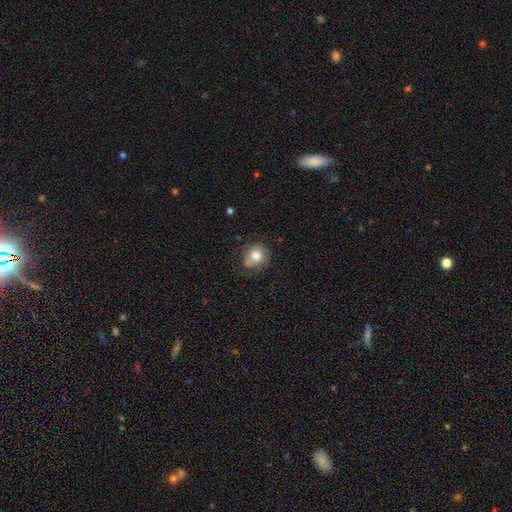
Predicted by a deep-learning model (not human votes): This appears to be a smooth galaxy with no disk features (72%) that is round (77%). Merging: none (59%).